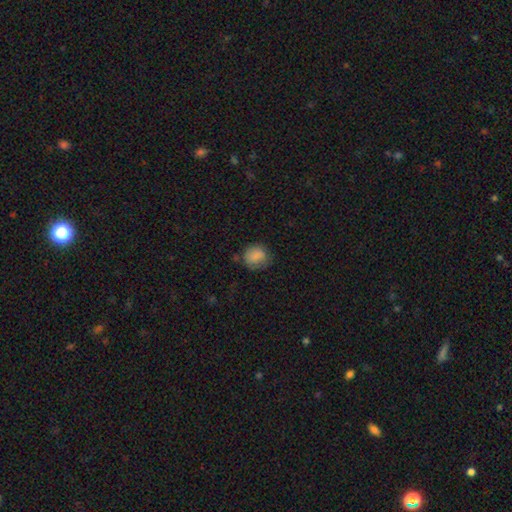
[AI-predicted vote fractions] Smooth or featured: smooth — 83% (star or artifact — 9%)
How rounded: round — 76% (in between — 24%)
Merging: none — 65% (minor disturbance — 25%)